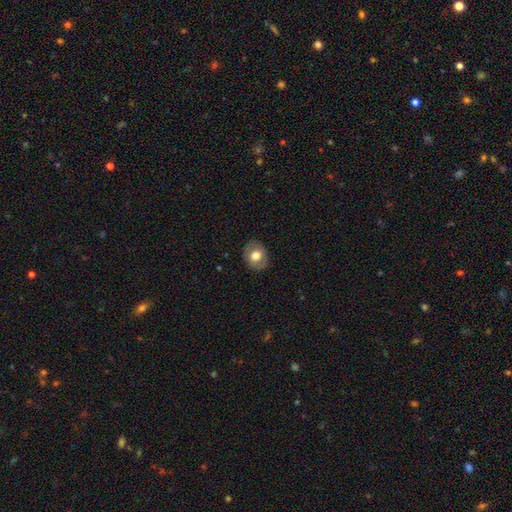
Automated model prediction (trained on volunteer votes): smooth-or-featured: smooth: 67% | featured or disk: 25% | star or artifact: 8%
  how-rounded: round: 51% | in between: 48% | cigar-shaped: 1%
  merging: none: 84% | minor disturbance: 11% | major disturbance: 3% | merger: 1%